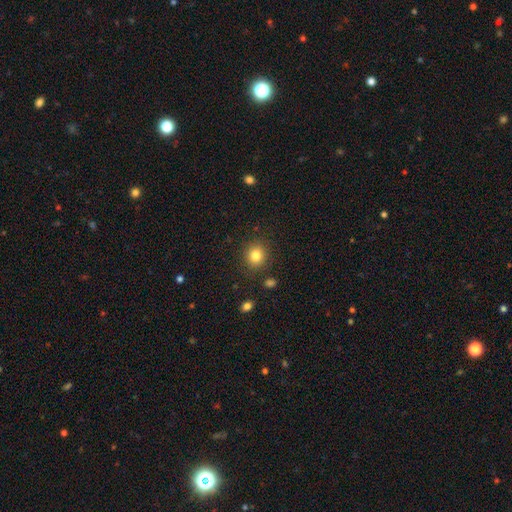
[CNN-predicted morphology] A smooth galaxy with no disk features (82%) that is round (84%).

Vote fractions:
- Smooth or featured? smooth: 82% / star or artifact: 11% / featured or disk: 7%
- How rounded? round: 84% / in between: 16% / cigar-shaped: 1%
- Merging? none: 87% / minor disturbance: 8% / major disturbance: 3% / merger: 2%